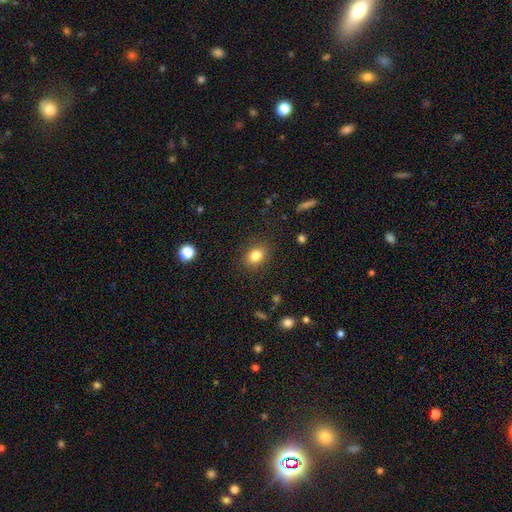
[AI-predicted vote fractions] This is clearly a smooth galaxy (82%). How rounded: likely in between (60%). Merging: clearly none (86%).